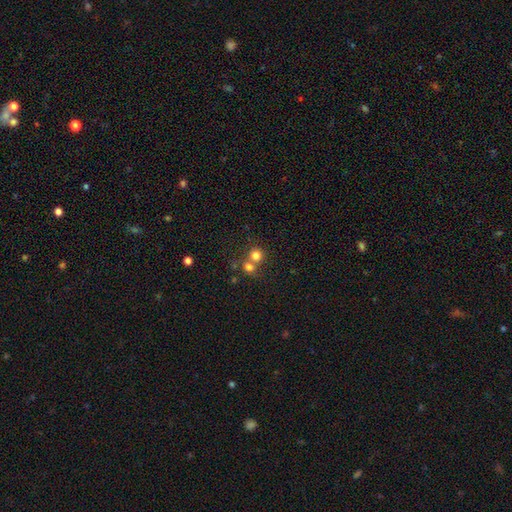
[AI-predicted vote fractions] Overall: smooth (76%). How rounded: round (89%). Merging: merger (46%, tied with none).